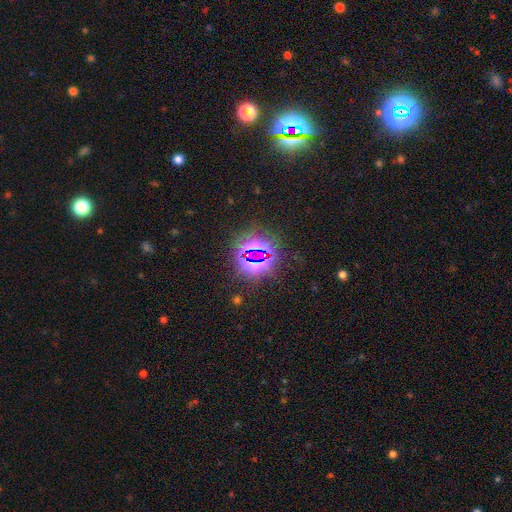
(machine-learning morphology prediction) star or artifact 80%, smooth 13%, featured or disk 8%.